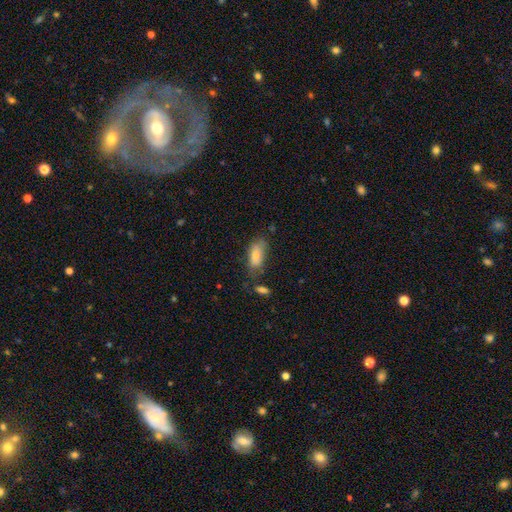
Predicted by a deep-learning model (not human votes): A smooth galaxy with no disk features (76%) that is in between round and cigar-shaped (80%). Merging: none (65%).